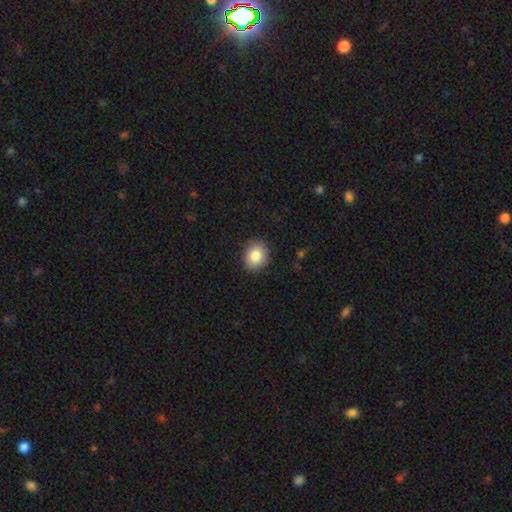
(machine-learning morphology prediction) This appears to be a smooth galaxy with no disk features (85%) that is round (65%). Merging: none (88%).